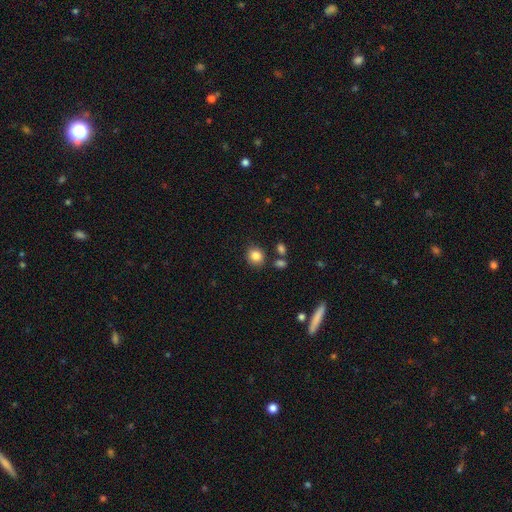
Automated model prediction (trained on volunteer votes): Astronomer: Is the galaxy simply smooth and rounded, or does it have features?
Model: smooth — 84%.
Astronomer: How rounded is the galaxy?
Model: round — 82%.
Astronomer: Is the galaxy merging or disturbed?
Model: none — 81%.